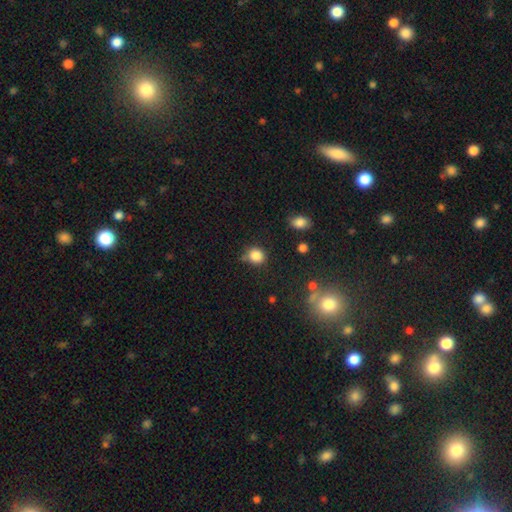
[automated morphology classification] A smooth galaxy with no disk features (85%) that is round (80%).

Vote fractions:
- Smooth or featured? smooth: 85% / star or artifact: 11% / featured or disk: 5%
- How rounded? round: 80% / in between: 19% / cigar-shaped: 1%
- Merging? none: 70% / minor disturbance: 20% / merger: 6% / major disturbance: 5%